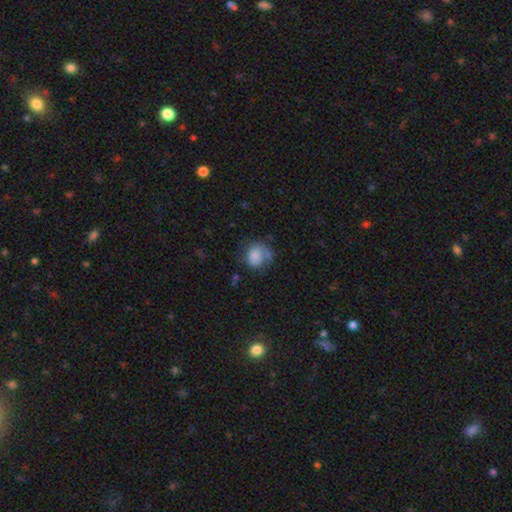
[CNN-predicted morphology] Overall: smooth (71%). How rounded: round (66%; in between 33%). Merging: none (44%; minor disturbance 27%).